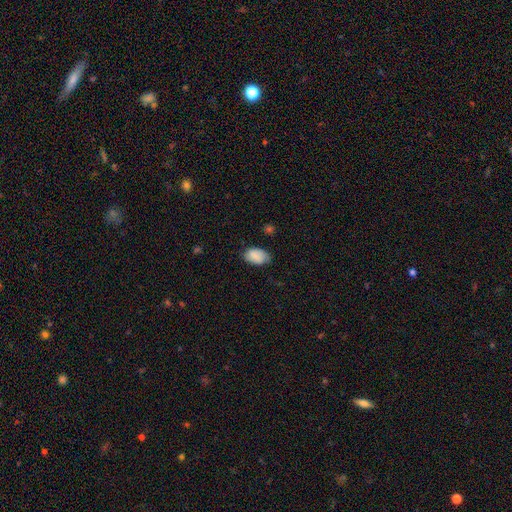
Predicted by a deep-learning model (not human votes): Smooth or featured? smooth (86%)
How rounded? in between (91%)
Merging? none (70%)